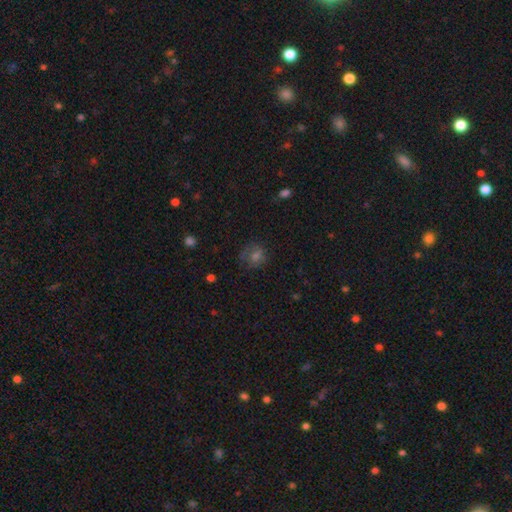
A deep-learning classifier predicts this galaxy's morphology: This is possibly a smooth galaxy (57%). How rounded: likely round (78%). Merging: likely none (68%).